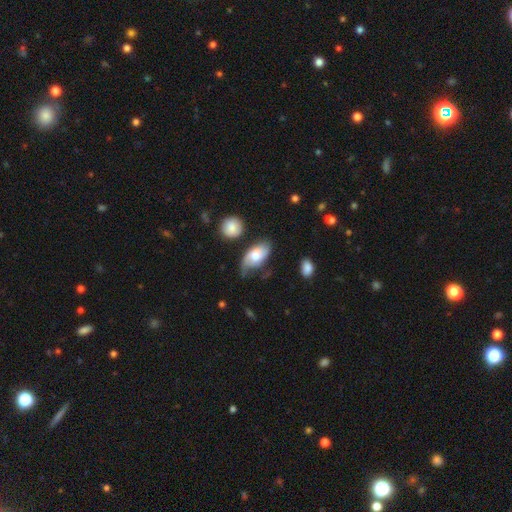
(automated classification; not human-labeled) Overall: smooth (57%; featured or disk 36%). How rounded: in between (92%). Merging: none (49%; minor disturbance 34%).